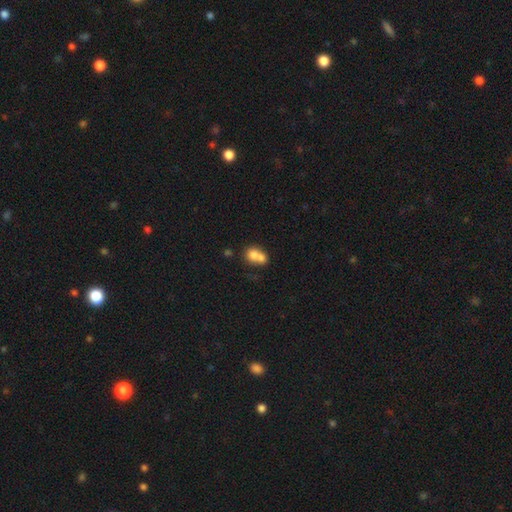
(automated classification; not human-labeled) Q: Smooth or featured?
A: smooth (72%); runner-up: featured or disk (18%)
Q: How rounded?
A: round (56%); runner-up: in between (42%)
Q: Merging?
A: merger (68%); runner-up: none (22%)